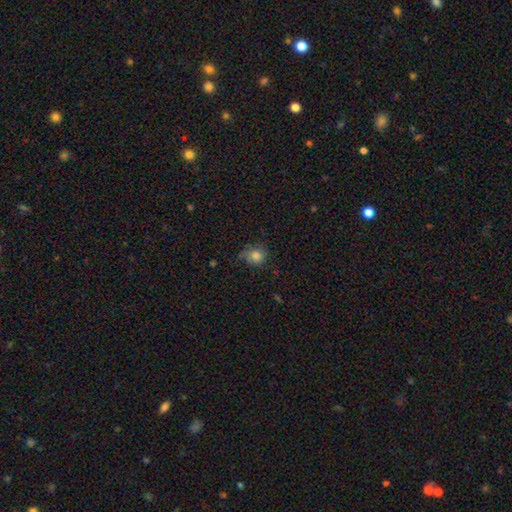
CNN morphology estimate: Smooth or featured?
  - smooth: 75% *
  - featured or disk: 14%
  - star or artifact: 11%
How rounded?
  - round: 72% *
  - in between: 27%
  - cigar-shaped: 1%
Merging?
  - none: 57% *
  - minor disturbance: 28%
  - major disturbance: 13%
  - merger: 2%